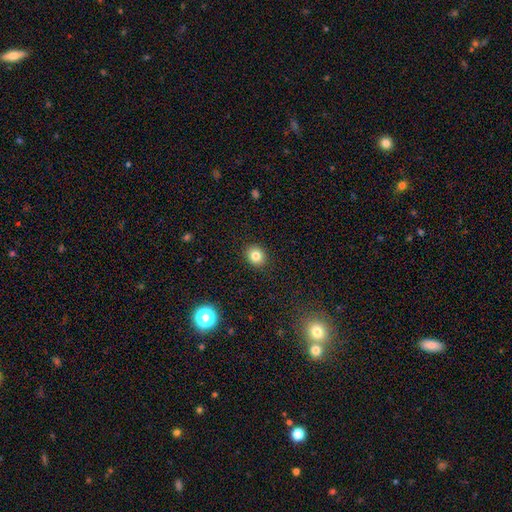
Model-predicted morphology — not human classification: Smooth or featured? smooth (82%)
How rounded? round (69%)
Merging? none (91%)